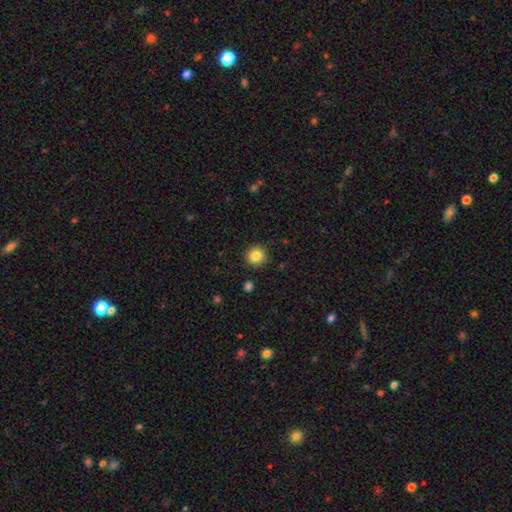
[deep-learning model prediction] Smooth or featured? smooth (85%)
How rounded? round (93%)
Merging? none (89%)